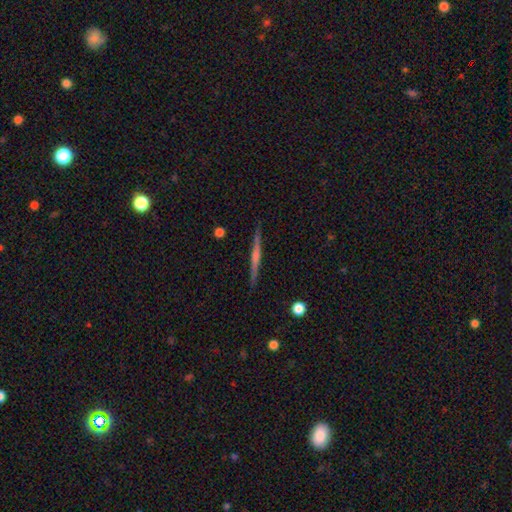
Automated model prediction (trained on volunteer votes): A featured or disk galaxy (73%) viewed edge-on (98%) with a rounded central bulge (66%).

Vote fractions:
- Smooth or featured? featured or disk: 73% / smooth: 19% / star or artifact: 9%
- Edge-on disk? yes: 98% / no: 2%
- Edge-on bulge? rounded: 66% / none: 25% / boxy: 10%
- Merging? none: 91% / minor disturbance: 6% / major disturbance: 2% / merger: 1%